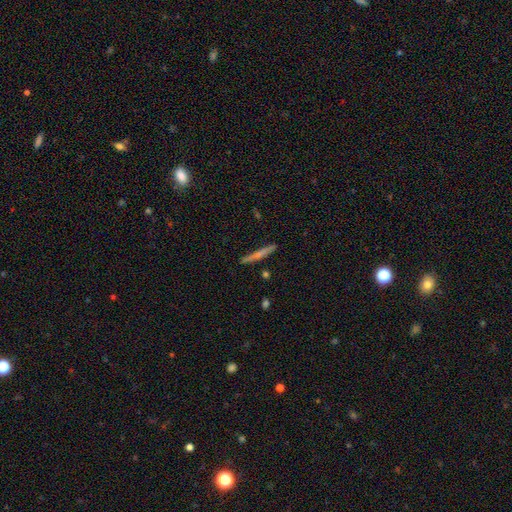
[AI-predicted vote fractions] The model was most divided on "smooth or featured": smooth: 50%, featured or disk: 41%, star or artifact: 8%. More confident: how rounded — cigar-shaped (95%); merging — none (89%).